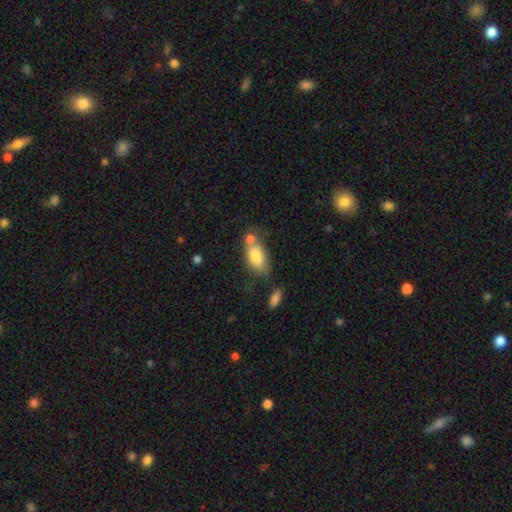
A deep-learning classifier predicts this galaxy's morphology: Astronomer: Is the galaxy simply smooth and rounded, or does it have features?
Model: smooth — 80%.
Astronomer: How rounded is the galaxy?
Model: in between — 88%.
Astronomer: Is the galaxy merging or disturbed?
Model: none — 45% (runner-up: merger, 29%).